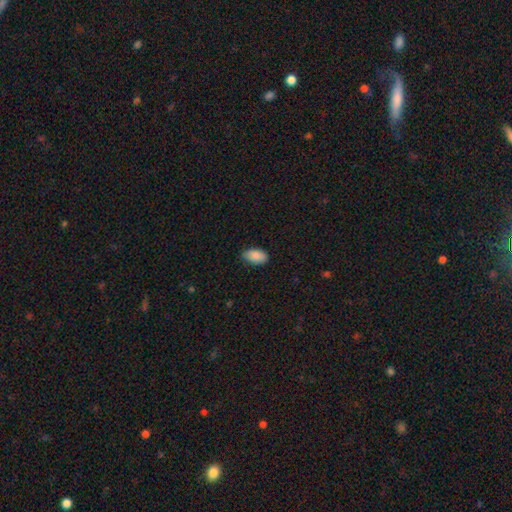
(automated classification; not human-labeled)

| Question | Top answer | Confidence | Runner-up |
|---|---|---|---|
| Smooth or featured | smooth | 89% | star or artifact (7%) |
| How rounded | in between | 93% | round (5%) |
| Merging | none | 78% | minor disturbance (19%) |